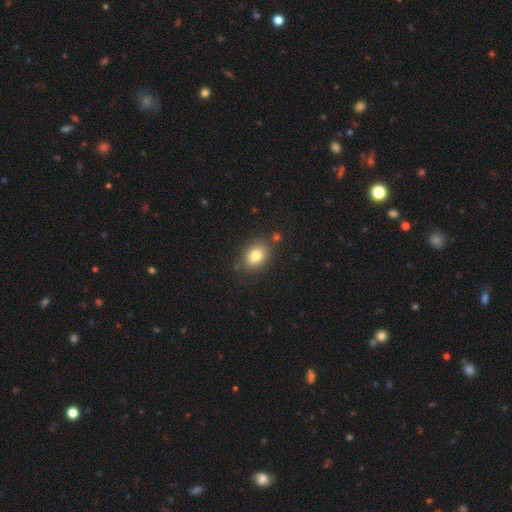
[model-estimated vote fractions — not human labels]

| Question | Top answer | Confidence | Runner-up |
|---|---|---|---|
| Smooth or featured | smooth | 80% | star or artifact (11%) |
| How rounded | in between | 58% | round (41%) |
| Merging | none | 81% | minor disturbance (12%) |